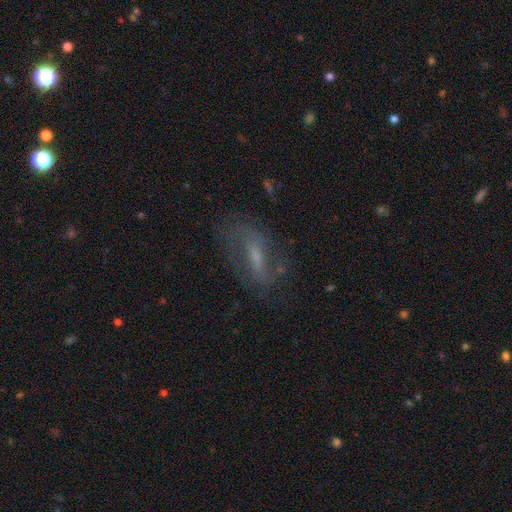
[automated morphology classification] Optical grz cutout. It shows a featured or disk galaxy (63%) with a weak bar (44%), spiral arms (76%) and a small central bulge (38%). Merging: none (66%).